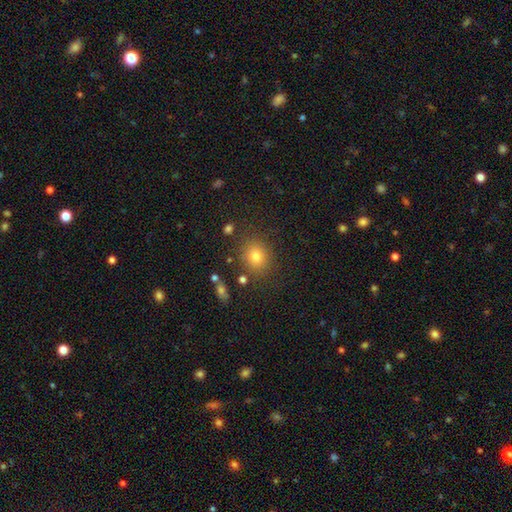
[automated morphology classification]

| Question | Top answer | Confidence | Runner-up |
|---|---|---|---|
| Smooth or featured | smooth | 77% | star or artifact (15%) |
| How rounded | round | 69% | in between (30%) |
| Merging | none | 82% | minor disturbance (10%) |